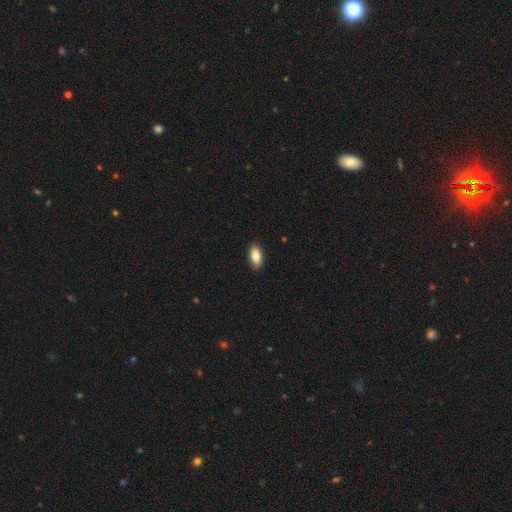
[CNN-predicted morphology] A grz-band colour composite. It shows a smooth galaxy with no disk features (83%) that is in between round and cigar-shaped (90%). Merging: none (88%).